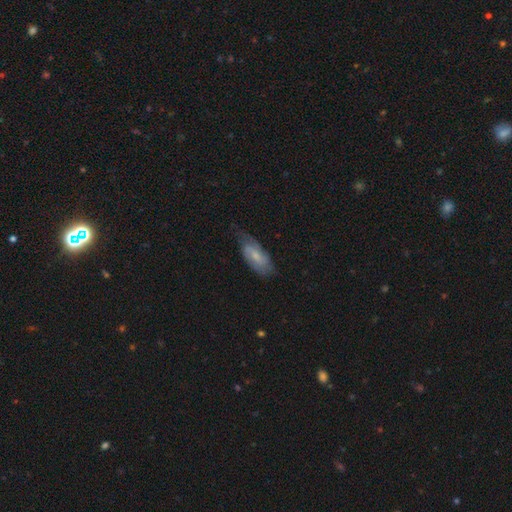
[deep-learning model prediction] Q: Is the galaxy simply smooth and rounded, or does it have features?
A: featured or disk — 52%.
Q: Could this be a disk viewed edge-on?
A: no — 89%.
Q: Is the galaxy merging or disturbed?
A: none — 62%.